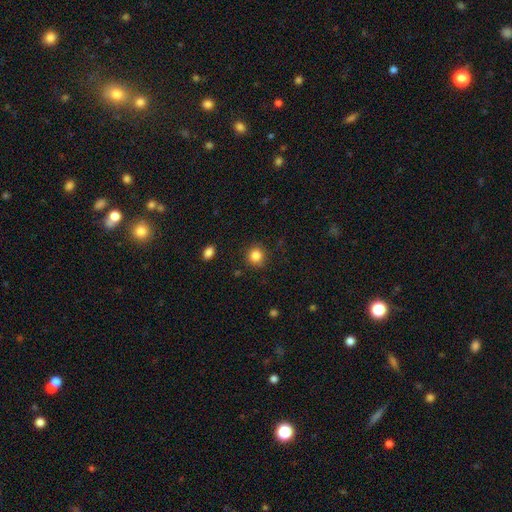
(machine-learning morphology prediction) Smooth or featured?
  - smooth: 84% *
  - star or artifact: 11%
  - featured or disk: 5%
How rounded?
  - round: 90% *
  - in between: 9%
  - cigar-shaped: 1%
Merging?
  - none: 87% *
  - minor disturbance: 8%
  - major disturbance: 3%
  - merger: 2%